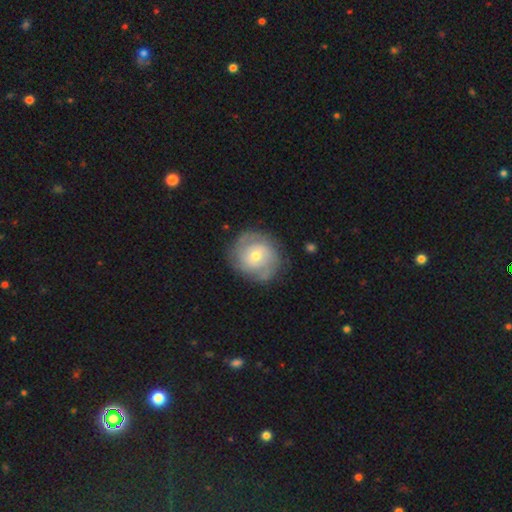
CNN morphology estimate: Smooth or featured? featured or disk (68%)
Edge-on disk? no (97%)
Bar? no (66%)
Spiral arms? yes (85%)
Spiral winding? tight (61%)
Spiral arm count? 2 (37%)
Bulge size? moderate (55%)
Merging? none (79%)